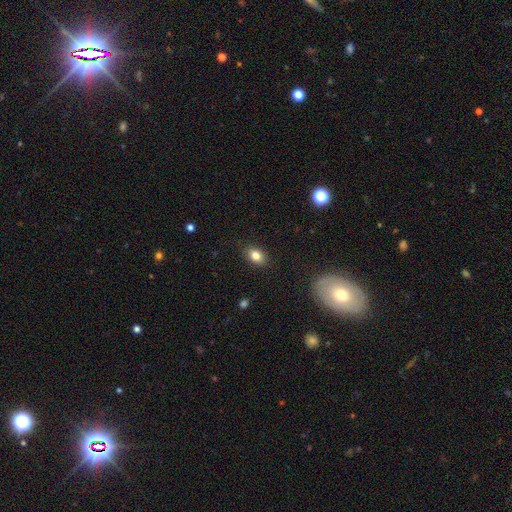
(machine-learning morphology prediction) Smooth or featured?
  - smooth: 82% *
  - star or artifact: 9%
  - featured or disk: 8%
How rounded?
  - in between: 79% *
  - round: 20%
  - cigar-shaped: 1%
Merging?
  - none: 87% *
  - minor disturbance: 9%
  - major disturbance: 2%
  - merger: 1%